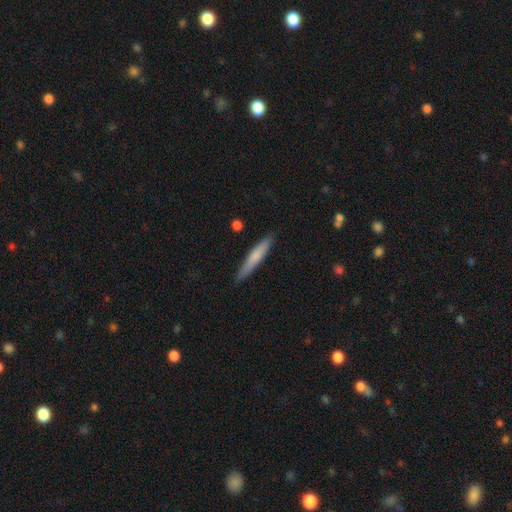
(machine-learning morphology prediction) smooth_or_featured: smooth (p=0.67) [alt: featured or disk p=0.27]
how_rounded: cigar-shaped (p=0.93) [alt: in between p=0.05]
merging: none (p=0.86) [alt: minor disturbance p=0.11]